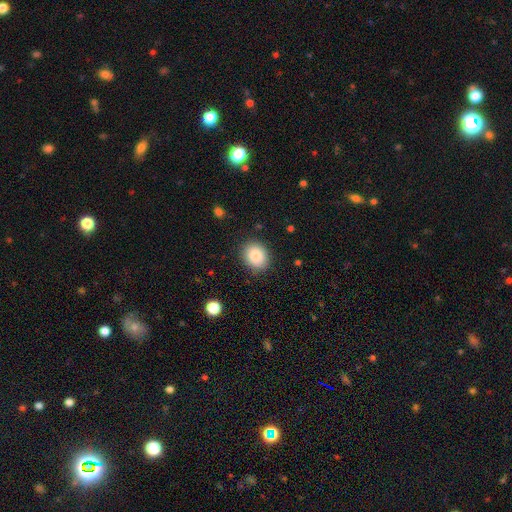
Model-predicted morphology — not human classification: Smooth or featured? Predicted: smooth (p=0.85). How rounded? Predicted: round (p=0.61). Merging? Predicted: none (p=0.87).